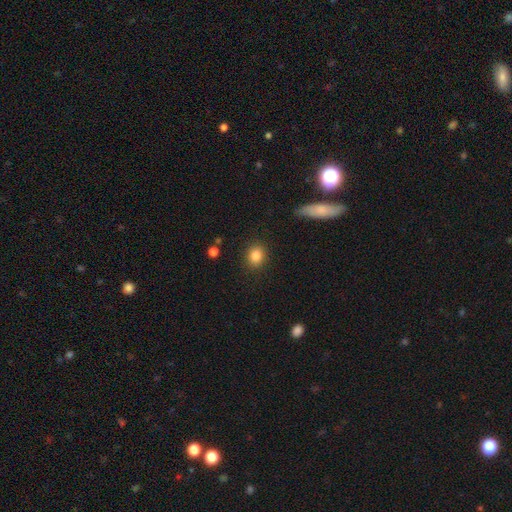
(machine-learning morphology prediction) type=smooth (85%); roundness=round (59%); merging=none (87%).